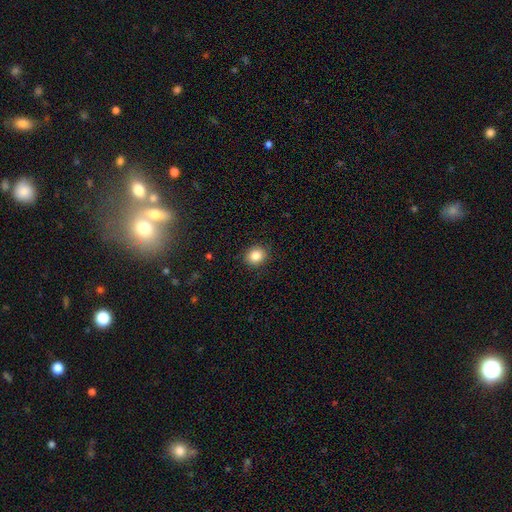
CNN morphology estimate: type=smooth (85%); roundness=round (74%); merging=none (89%).